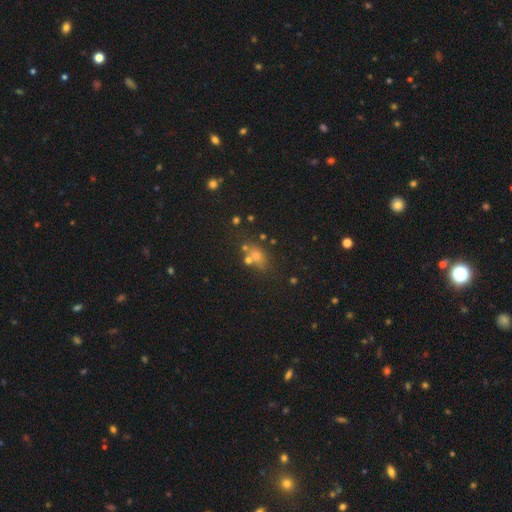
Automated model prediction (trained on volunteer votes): Smooth or featured? smooth (49%)
Merging? none (56%)